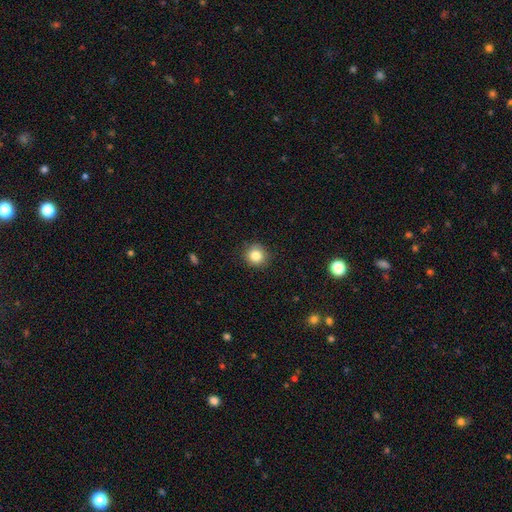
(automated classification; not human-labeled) This is clearly a smooth galaxy (84%). How rounded: clearly round (91%). Merging: clearly none (89%).